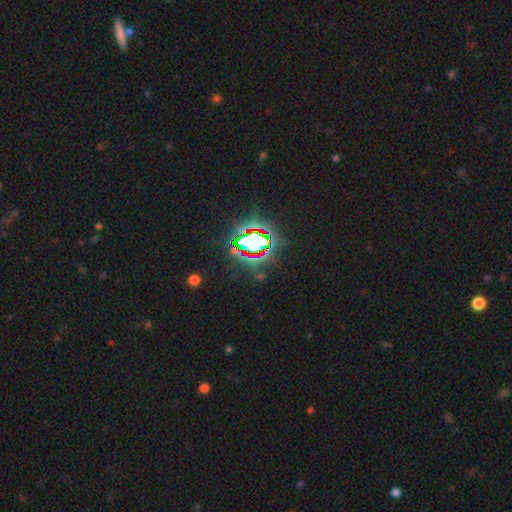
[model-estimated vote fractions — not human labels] Smooth or featured? star or artifact (85%)